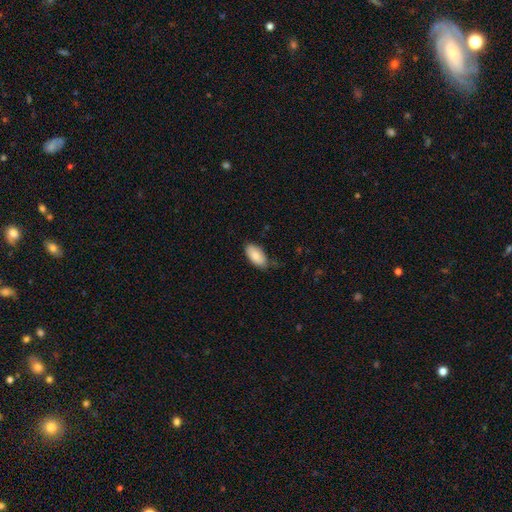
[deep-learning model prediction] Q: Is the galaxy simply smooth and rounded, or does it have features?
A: smooth — 86%.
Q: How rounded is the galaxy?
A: in between — 94%.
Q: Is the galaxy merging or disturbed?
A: none — 73%.